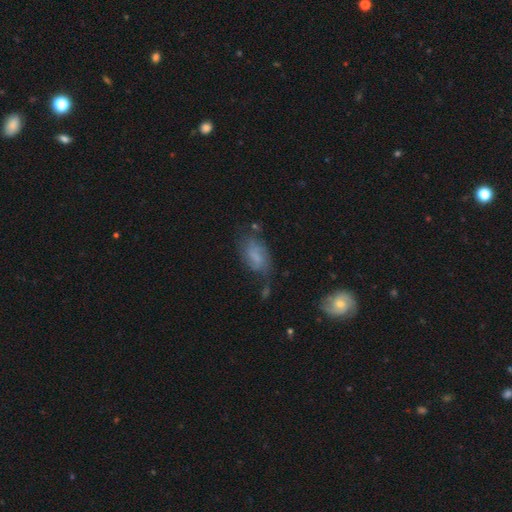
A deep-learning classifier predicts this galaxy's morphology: smooth-or-featured: smooth: 51% | featured or disk: 38% | star or artifact: 11%
  how-rounded: in between: 89% | round: 7% | cigar-shaped: 5%
  merging: none: 52% | minor disturbance: 29% | major disturbance: 14% | merger: 5%